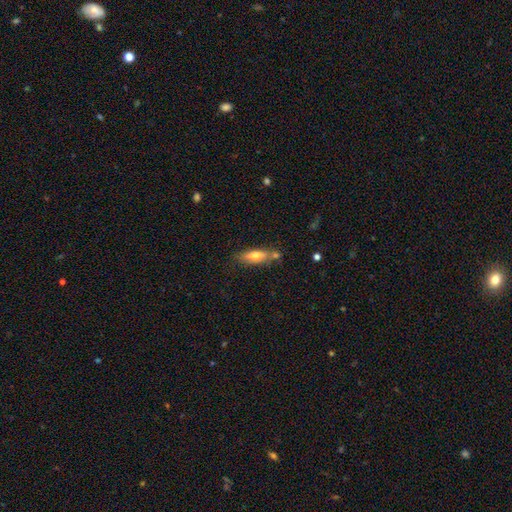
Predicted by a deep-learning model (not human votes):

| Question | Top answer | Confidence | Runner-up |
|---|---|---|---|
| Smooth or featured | smooth | 68% | featured or disk (25%) |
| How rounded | in between | 51% | cigar-shaped (46%) |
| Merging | none | 63% | minor disturbance (17%) |